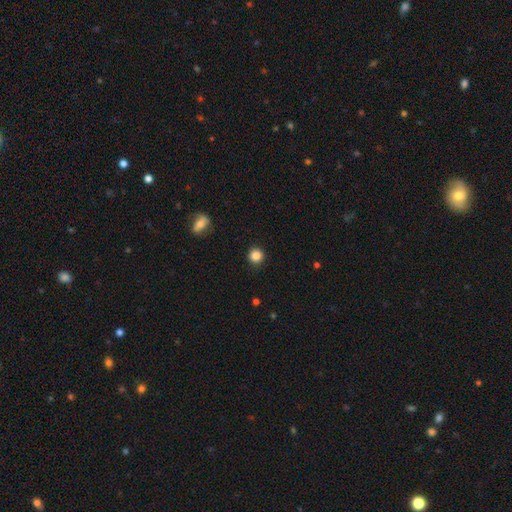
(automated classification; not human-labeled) This is clearly a smooth galaxy (85%). How rounded: clearly round (94%). Merging: clearly none (91%).